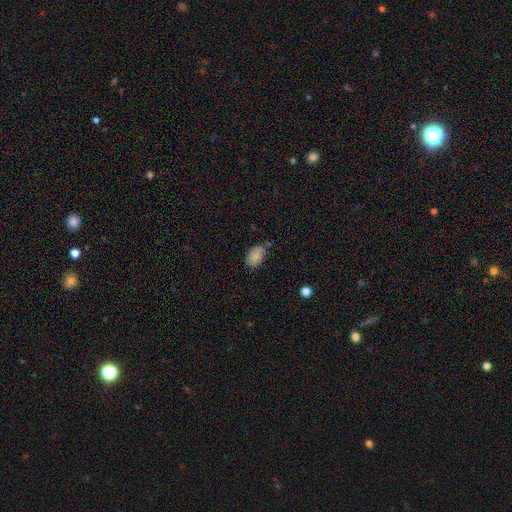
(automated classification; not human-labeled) Smooth or featured?
  - smooth: 86% *
  - star or artifact: 8%
  - featured or disk: 6%
How rounded?
  - in between: 91% *
  - round: 7%
  - cigar-shaped: 1%
Merging?
  - none: 67% *
  - minor disturbance: 23%
  - merger: 5%
  - major disturbance: 4%